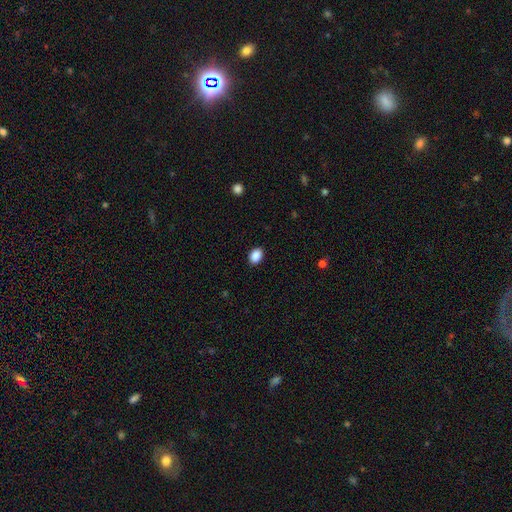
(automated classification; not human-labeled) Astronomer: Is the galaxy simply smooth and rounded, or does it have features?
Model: smooth — 89%.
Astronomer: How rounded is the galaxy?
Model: in between — 75%.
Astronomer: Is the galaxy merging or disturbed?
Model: none — 90%.